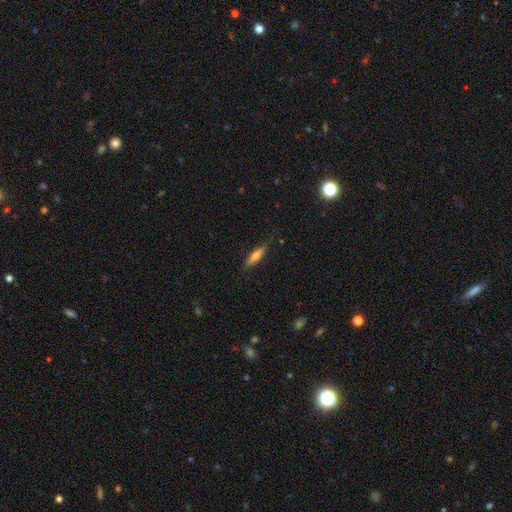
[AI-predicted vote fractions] Smooth or featured? Predicted: smooth (p=0.57). How rounded? Predicted: cigar-shaped (p=0.72). Merging? Predicted: none (p=0.79).